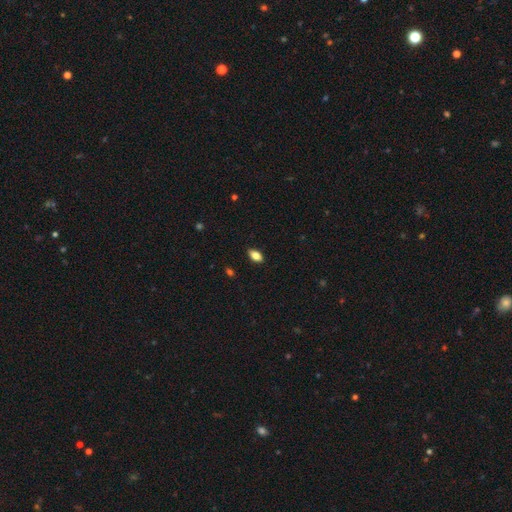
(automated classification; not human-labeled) smooth-or-featured: smooth: 82% | featured or disk: 9% | star or artifact: 8%
  how-rounded: in between: 90% | round: 6% | cigar-shaped: 4%
  merging: none: 87% | minor disturbance: 10% | major disturbance: 2% | merger: 1%